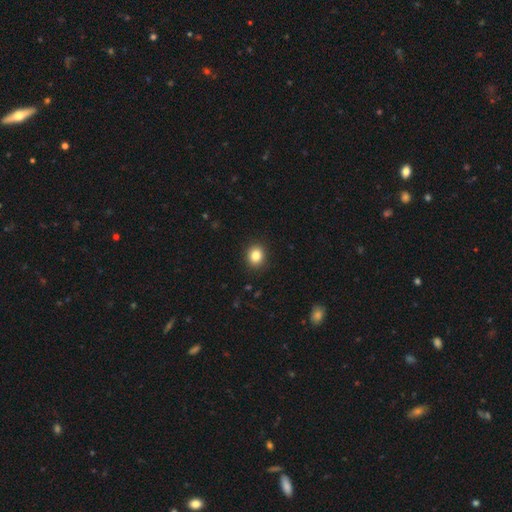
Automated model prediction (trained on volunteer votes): Smooth or featured: smooth — 84% (star or artifact — 11%)
How rounded: round — 75% (in between — 24%)
Merging: none — 91% (minor disturbance — 6%)